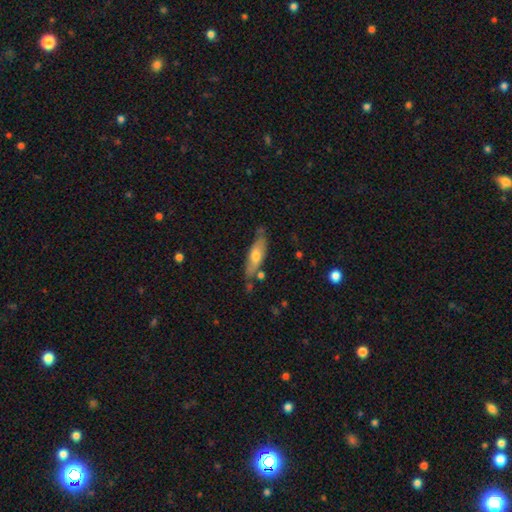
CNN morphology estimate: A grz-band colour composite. It shows a smooth galaxy with no disk features (58%) that is in between round and cigar-shaped (50%). Merging: none (70%).